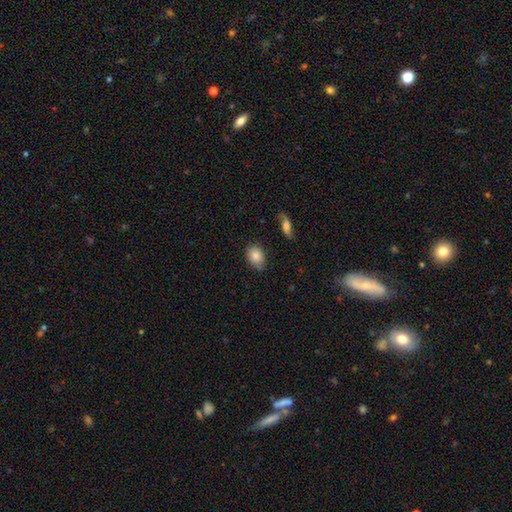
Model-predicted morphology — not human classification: Overall: smooth (85%). How rounded: in between (70%). Merging: none (74%).